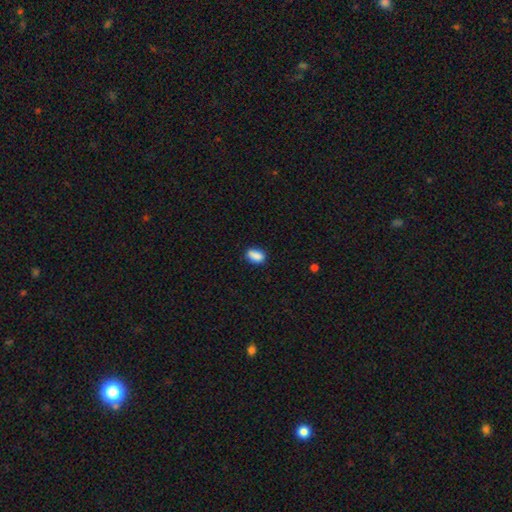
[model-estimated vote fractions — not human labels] A smooth galaxy with no disk features (87%) that is in between round and cigar-shaped (85%).

Vote fractions:
- Smooth or featured? smooth: 87% / star or artifact: 8% / featured or disk: 5%
- How rounded? in between: 85% / round: 12% / cigar-shaped: 3%
- Merging? none: 71% / minor disturbance: 20% / merger: 5% / major disturbance: 4%